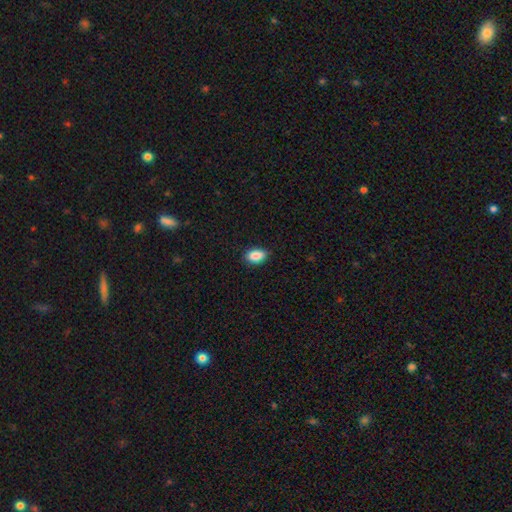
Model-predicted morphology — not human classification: Overall: smooth (88%). How rounded: in between (90%). Merging: none (87%).